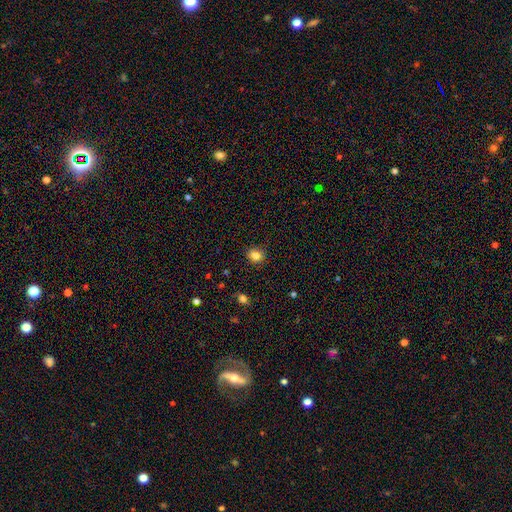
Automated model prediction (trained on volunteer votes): A smooth galaxy with no disk features (83%) that is round (69%). Merging: none (82%).